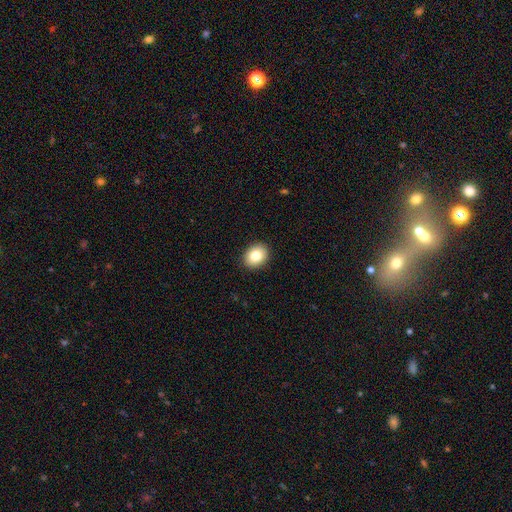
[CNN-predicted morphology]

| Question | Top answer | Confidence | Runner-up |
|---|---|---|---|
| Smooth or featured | smooth | 82% | star or artifact (9%) |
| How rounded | round | 51% | in between (48%) |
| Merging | none | 91% | minor disturbance (6%) |